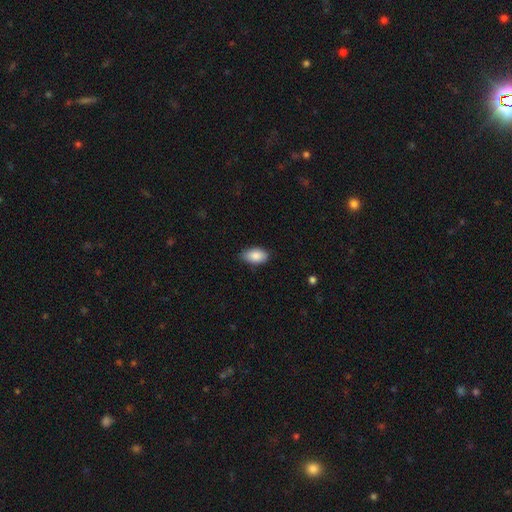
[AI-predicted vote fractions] Smooth or featured?
  - smooth: 88% *
  - star or artifact: 6%
  - featured or disk: 5%
How rounded?
  - in between: 94% *
  - round: 4%
  - cigar-shaped: 2%
Merging?
  - none: 83% *
  - minor disturbance: 14%
  - major disturbance: 2%
  - merger: 1%